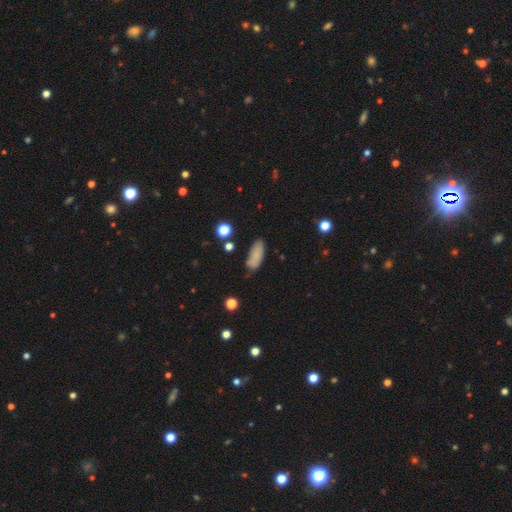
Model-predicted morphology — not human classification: smooth-or-featured: smooth: 79% | featured or disk: 12% | star or artifact: 8%
  how-rounded: in between: 77% | cigar-shaped: 20% | round: 3%
  merging: none: 68% | minor disturbance: 22% | major disturbance: 5% | merger: 4%